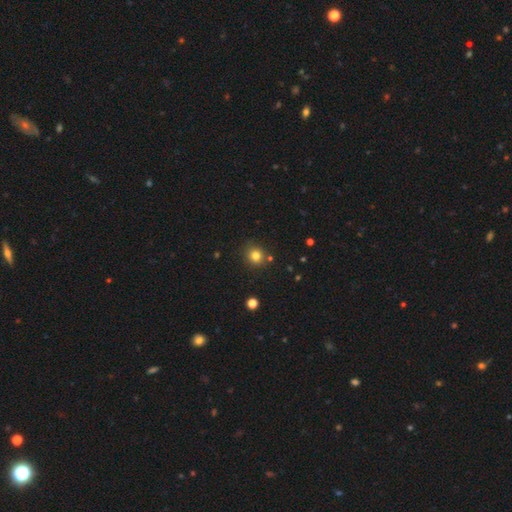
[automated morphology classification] The model was most divided on "smooth or featured": smooth: 80%, star or artifact: 14%, featured or disk: 6%. More confident: how rounded — round (88%); merging — none (84%).